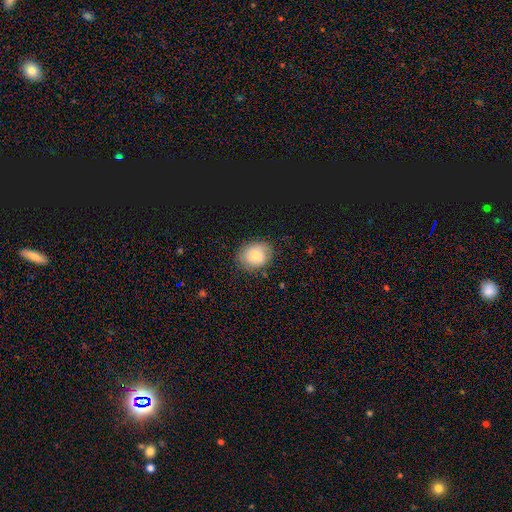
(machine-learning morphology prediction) Smooth or featured: smooth — 77% (featured or disk — 13%)
How rounded: round — 58% (in between — 41%)
Merging: none — 81% (minor disturbance — 14%)